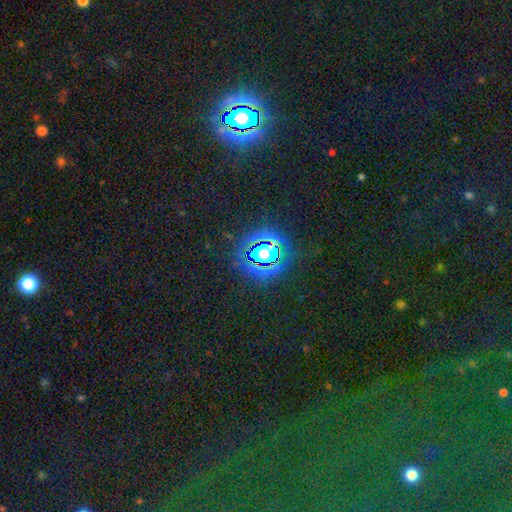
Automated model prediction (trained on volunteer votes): smooth-or-featured: star or artifact: 81% | smooth: 12% | featured or disk: 7%